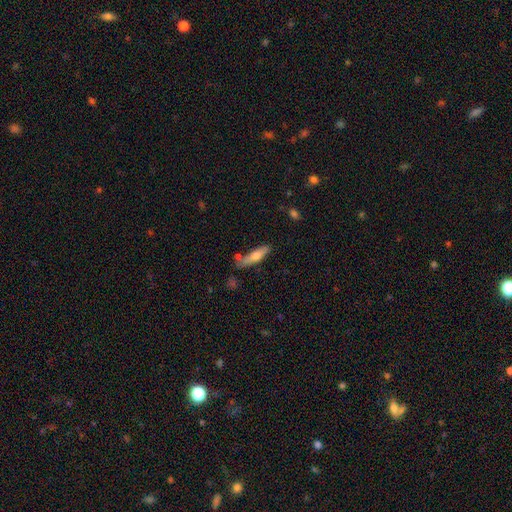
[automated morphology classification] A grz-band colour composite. It shows a smooth galaxy with no disk features (61%) that is cigar-shaped (72%). Merging: none (69%).